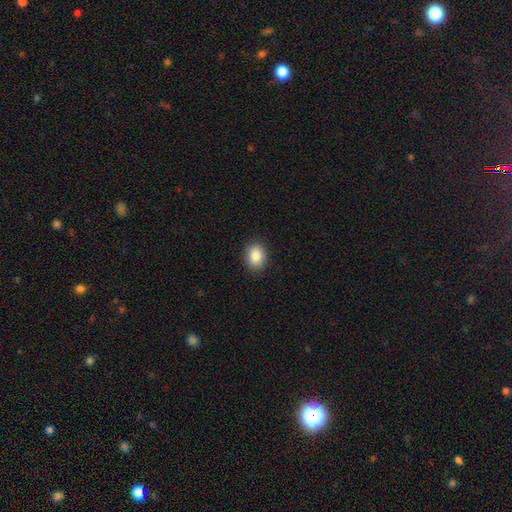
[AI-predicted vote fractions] Morphology: type=smooth (87%); roundness=in between (60%); merging=none (89%).